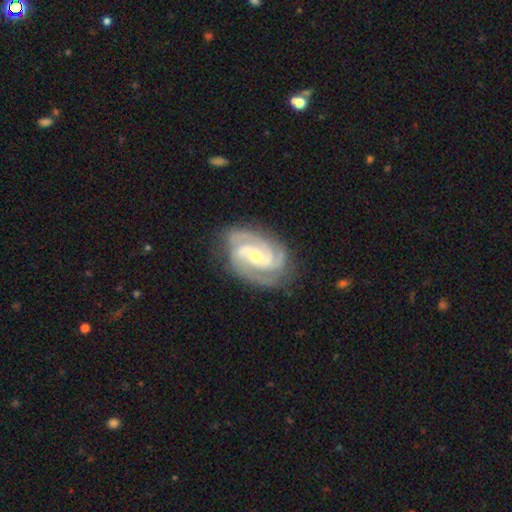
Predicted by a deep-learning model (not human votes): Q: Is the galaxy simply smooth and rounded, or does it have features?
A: featured or disk — 92%.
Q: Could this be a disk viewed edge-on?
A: no — 98%.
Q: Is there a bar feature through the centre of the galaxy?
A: weak — 42%.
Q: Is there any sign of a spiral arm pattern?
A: yes — 98%.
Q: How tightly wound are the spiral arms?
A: tight — 51%.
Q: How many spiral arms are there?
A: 3 — 49%.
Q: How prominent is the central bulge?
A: small — 53%.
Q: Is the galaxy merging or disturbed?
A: none — 78%.